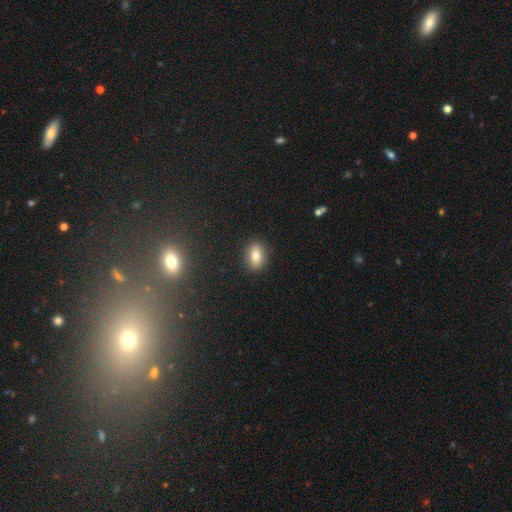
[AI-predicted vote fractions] This is likely a smooth galaxy (79%). How rounded: clearly in between (83%). Merging: clearly none (88%).